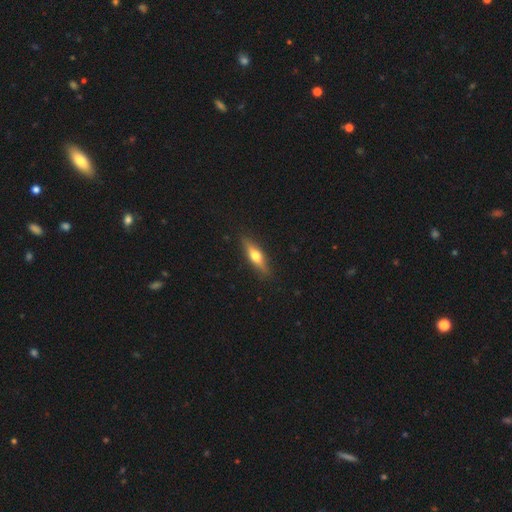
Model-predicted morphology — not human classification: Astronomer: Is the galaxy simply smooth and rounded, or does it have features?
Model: featured or disk — 49% (runner-up: smooth, 45%).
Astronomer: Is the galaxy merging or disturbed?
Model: none — 88%.